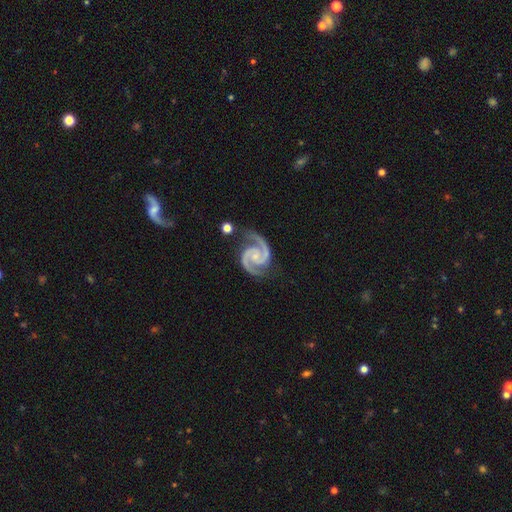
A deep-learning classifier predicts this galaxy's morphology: Smooth or featured? featured or disk (94%)
Edge-on disk? no (98%)
Bar? no (62%)
Spiral arms? yes (99%)
Spiral winding? medium (54%)
Spiral arm count? 2 (94%)
Bulge size? small (68%)
Merging? none (76%)